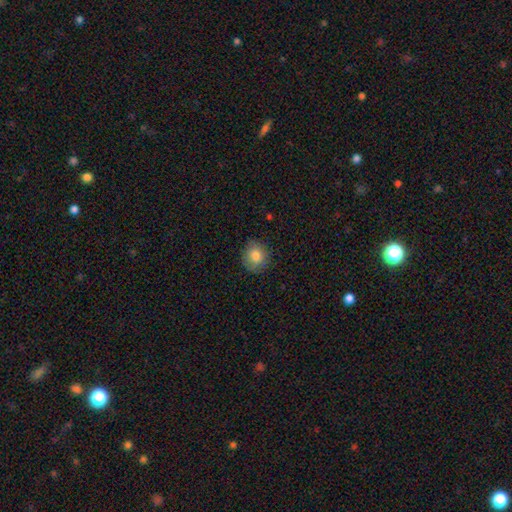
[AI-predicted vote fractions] The model was most divided on "how rounded": round: 82%, in between: 17%, cigar-shaped: 1%. More confident: merging — none (84%); smooth or featured — smooth (82%).